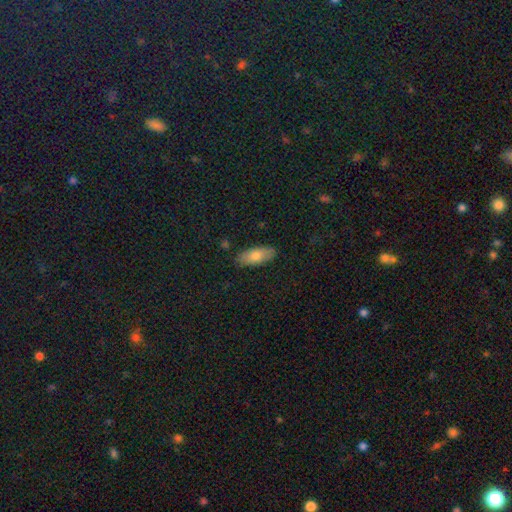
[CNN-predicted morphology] Smooth or featured: smooth — 75% (featured or disk — 19%)
How rounded: in between — 82% (cigar-shaped — 16%)
Merging: none — 86% (minor disturbance — 10%)